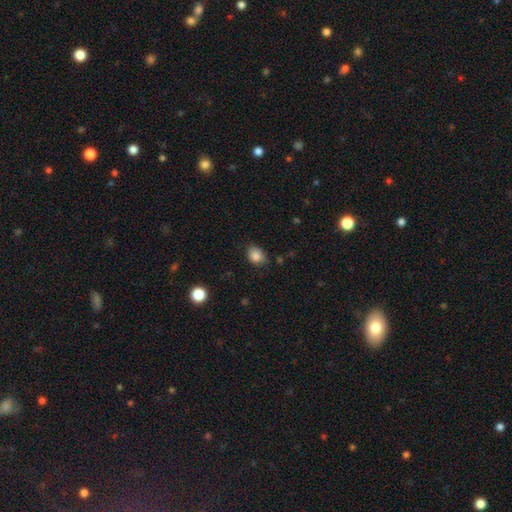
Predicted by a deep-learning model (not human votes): smooth 85%, star or artifact 10%, featured or disk 5%. Down the decision tree: how rounded — in between (54%); merging — none (71%).